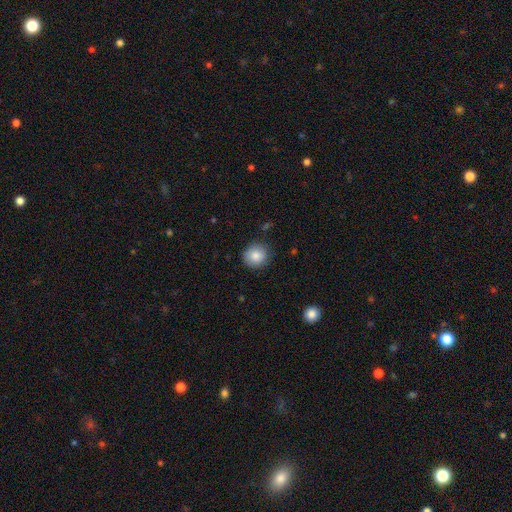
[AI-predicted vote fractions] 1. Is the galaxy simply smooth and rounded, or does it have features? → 85% smooth, 9% star or artifact, 7% featured or disk.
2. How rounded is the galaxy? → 92% round, 7% in between, 1% cigar-shaped.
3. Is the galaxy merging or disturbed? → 88% none, 9% minor disturbance, 2% major disturbance, 1% merger.